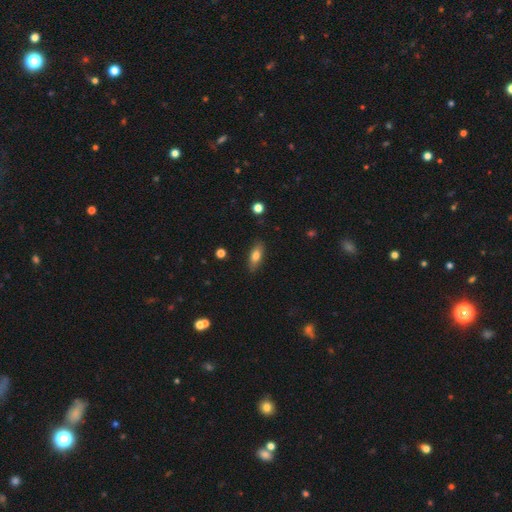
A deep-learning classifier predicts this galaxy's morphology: A smooth galaxy with no disk features (76%) that is in between round and cigar-shaped (73%). Merging: none (84%).